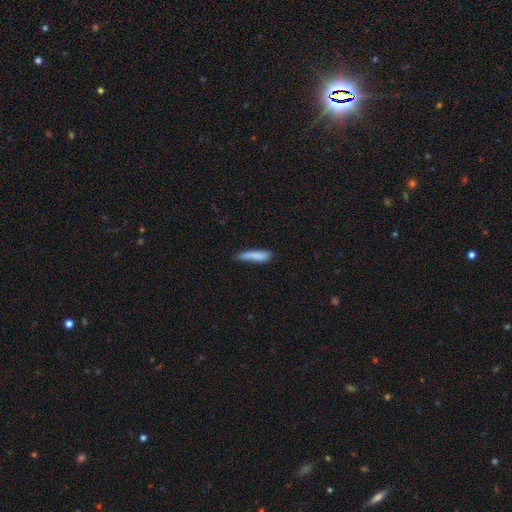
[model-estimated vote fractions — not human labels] This appears to be a smooth galaxy with no disk features (82%) that is cigar-shaped (76%). Merging: none (58%).